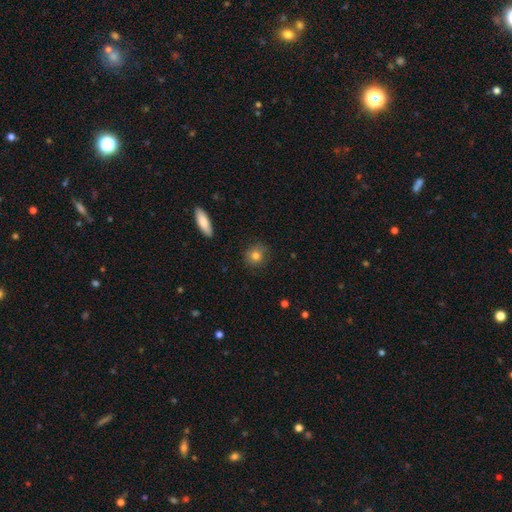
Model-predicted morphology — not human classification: smooth-or-featured: smooth: 80% | featured or disk: 10% | star or artifact: 10%
  how-rounded: round: 80% | in between: 18% | cigar-shaped: 2%
  merging: none: 83% | minor disturbance: 13% | major disturbance: 3% | merger: 1%